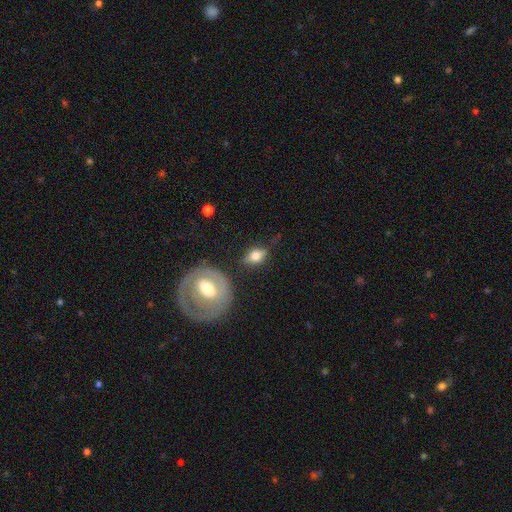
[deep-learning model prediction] A smooth galaxy with no disk features (67%) that is in between round and cigar-shaped (79%).

Vote fractions:
- Smooth or featured? smooth: 67% / featured or disk: 25% / star or artifact: 8%
- How rounded? in between: 79% / round: 17% / cigar-shaped: 5%
- Merging? none: 65% / minor disturbance: 22% / major disturbance: 8% / merger: 6%